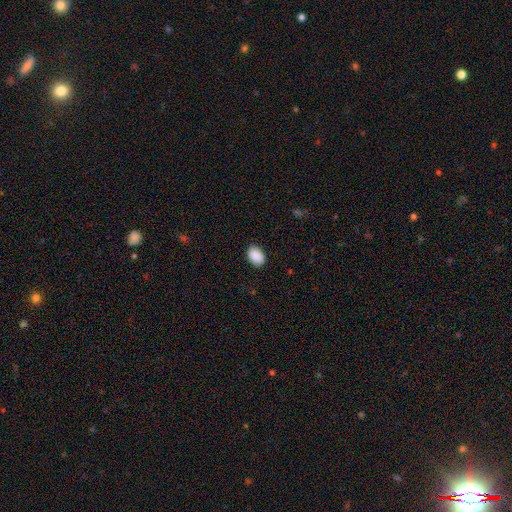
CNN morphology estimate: type=smooth (91%); roundness=in between (85%); merging=none (88%).